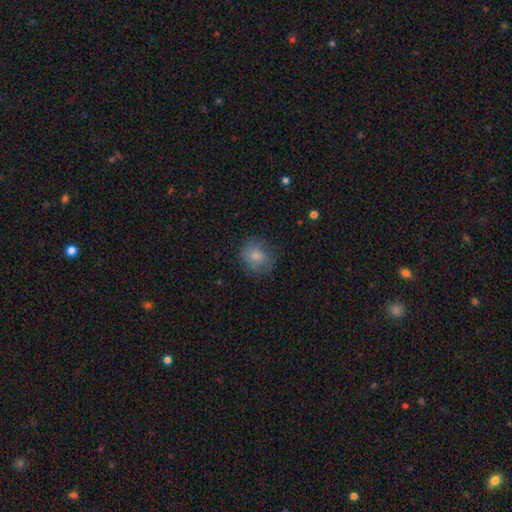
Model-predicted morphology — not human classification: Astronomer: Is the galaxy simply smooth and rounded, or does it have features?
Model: smooth — 75%.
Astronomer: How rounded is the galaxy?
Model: round — 78%.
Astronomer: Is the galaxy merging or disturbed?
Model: none — 78%.